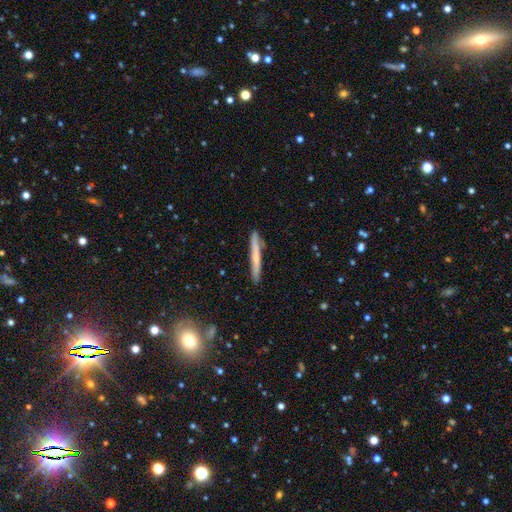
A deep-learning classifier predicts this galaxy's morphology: smooth 56%, featured or disk 38%, star or artifact 6%. Down the decision tree: how rounded — cigar-shaped (97%); merging — none (88%).